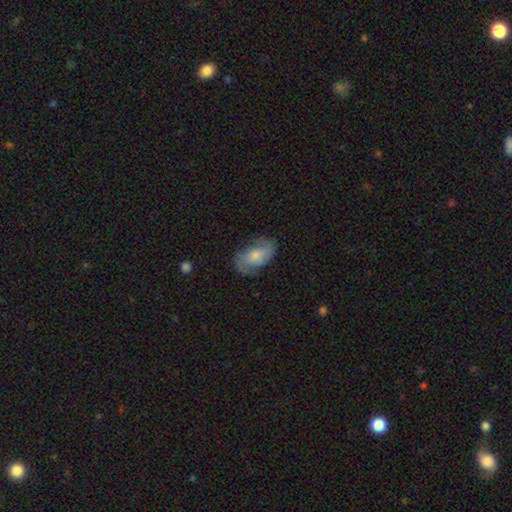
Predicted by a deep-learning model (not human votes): smooth_or_featured: featured or disk (p=0.48) [alt: smooth p=0.45]
merging: none (p=0.67) [alt: minor disturbance p=0.23]